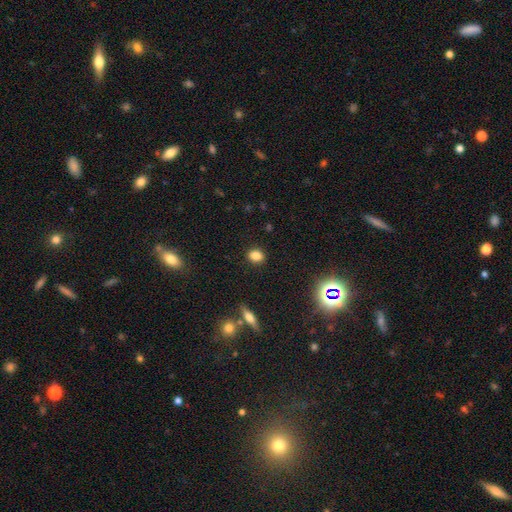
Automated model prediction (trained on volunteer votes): Smooth or featured? Predicted: smooth (p=0.83). How rounded? Predicted: round (p=0.57). Merging? Predicted: none (p=0.89).